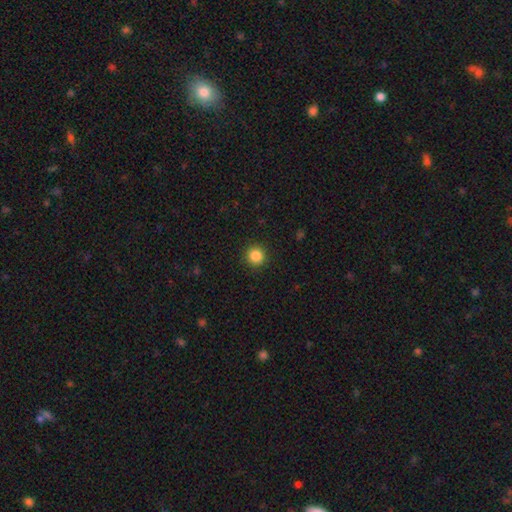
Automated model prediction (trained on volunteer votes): smooth_or_featured: smooth (p=0.86) [alt: star or artifact p=0.11]
how_rounded: round (p=0.94) [alt: in between p=0.05]
merging: none (p=0.92) [alt: minor disturbance p=0.05]